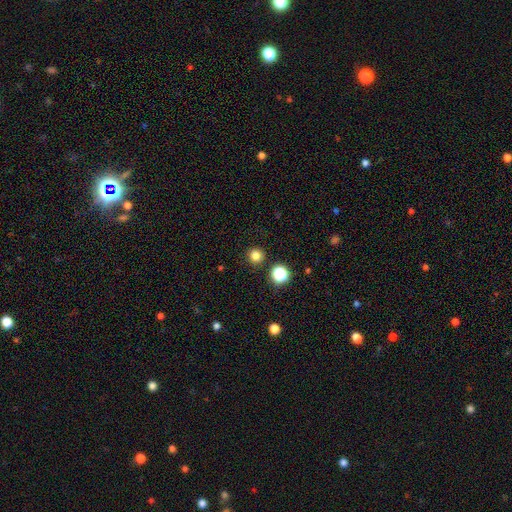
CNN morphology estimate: Overall: smooth (81%). How rounded: round (95%). Merging: none (91%).